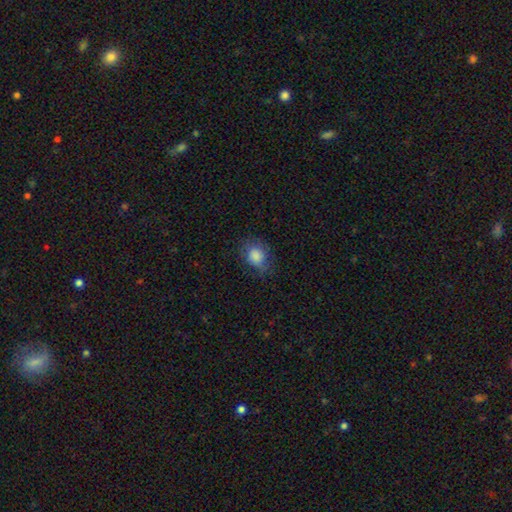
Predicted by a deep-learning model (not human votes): smooth_or_featured: smooth (p=0.83) [alt: star or artifact p=0.09]
how_rounded: round (p=0.55) [alt: in between p=0.43]
merging: none (p=0.67) [alt: minor disturbance p=0.23]